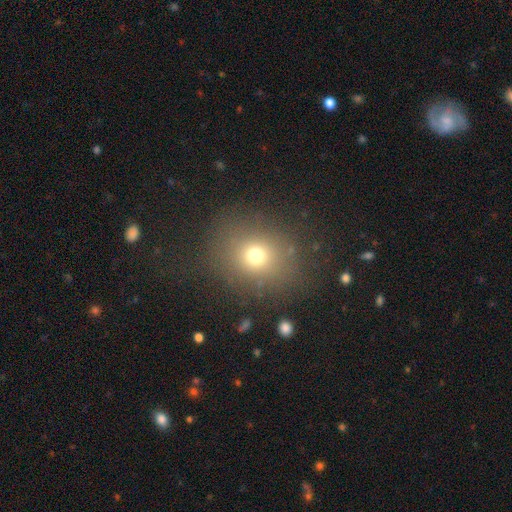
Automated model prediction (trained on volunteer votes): This appears to be a smooth galaxy with no disk features (71%) that is round (69%). Merging: none (82%).